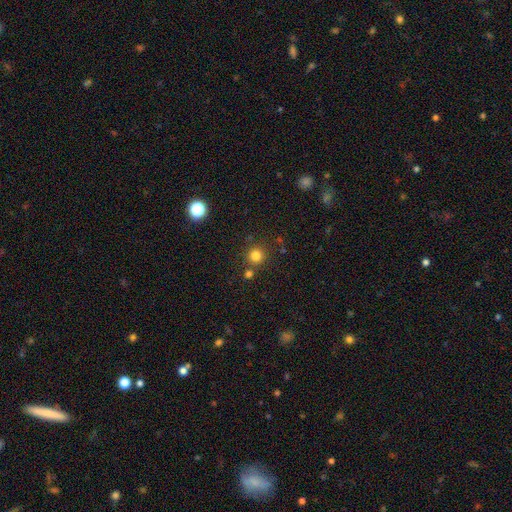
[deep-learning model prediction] This is likely a smooth galaxy (80%). How rounded: clearly round (93%). Merging: likely none (79%).